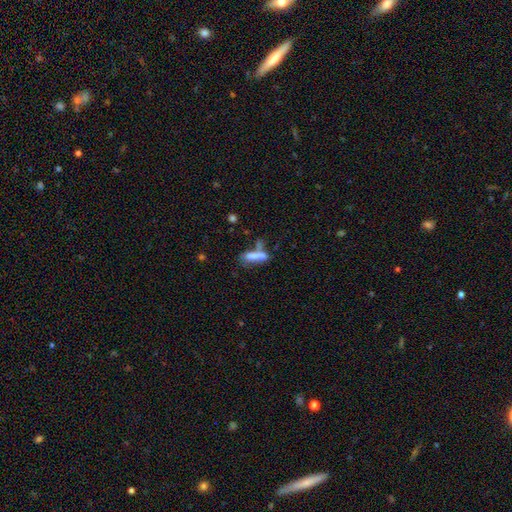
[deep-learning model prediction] Overall: smooth (69%). How rounded: cigar-shaped (65%; in between 32%). Merging: merger (38%; none 34%).